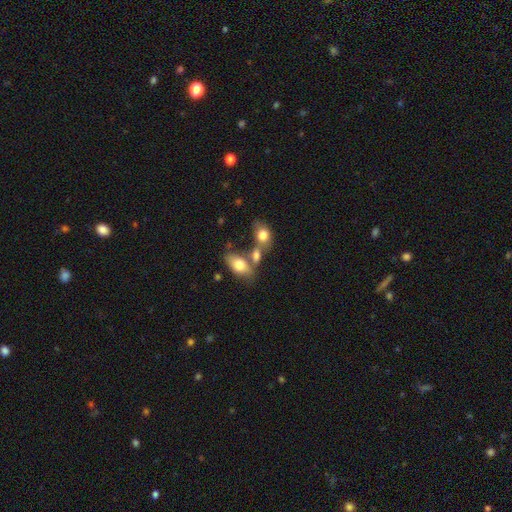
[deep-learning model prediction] The model was most divided on "merging": merger: 46%, none: 36%, minor disturbance: 12%, major disturbance: 6%. More confident: how rounded — in between (82%); smooth or featured — smooth (73%).